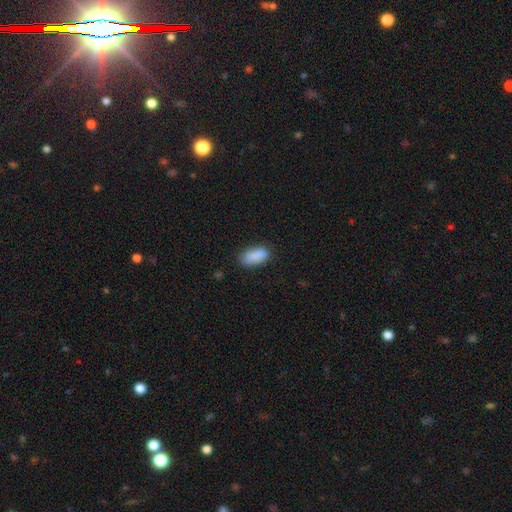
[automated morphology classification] smooth 89%, star or artifact 7%, featured or disk 4%. Down the decision tree: how rounded — in between (88%); merging — none (79%).